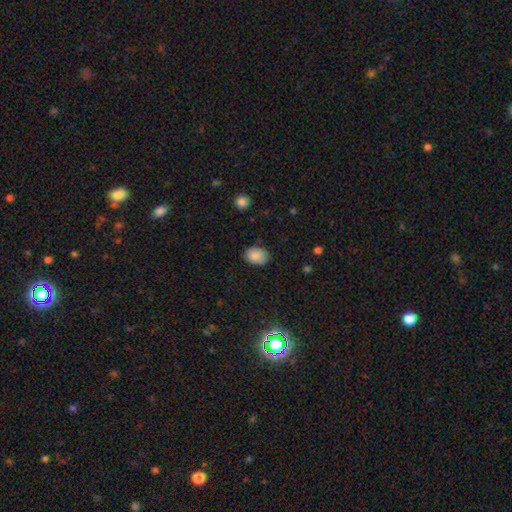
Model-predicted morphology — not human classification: The model was most divided on "how rounded": in between: 72%, round: 27%, cigar-shaped: 1%. More confident: smooth or featured — smooth (86%); merging — none (84%).